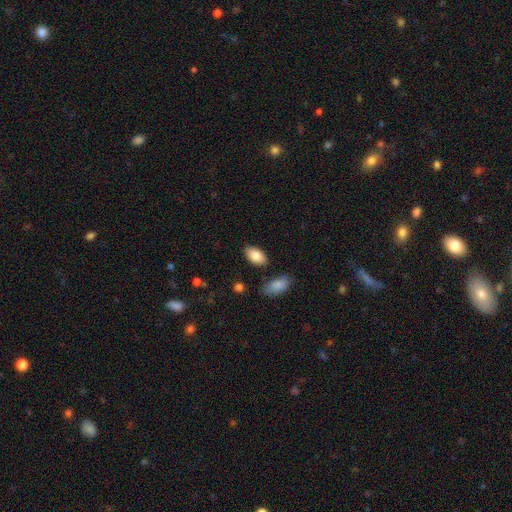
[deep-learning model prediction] This appears to be a smooth galaxy with no disk features (84%) that is in between round and cigar-shaped (94%). Merging: none (84%).